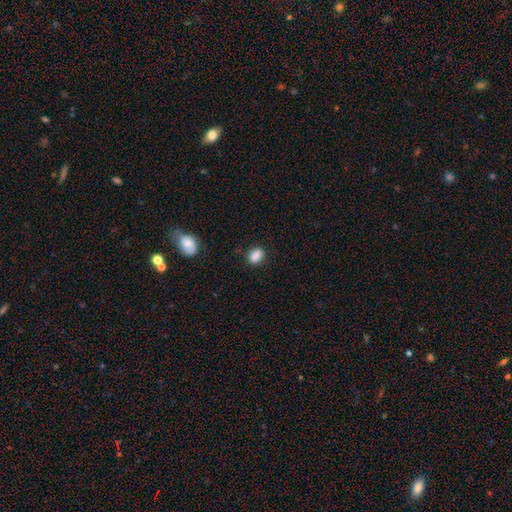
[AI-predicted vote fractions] Morphology: type=smooth (86%); roundness=in between (69%); merging=none (79%).